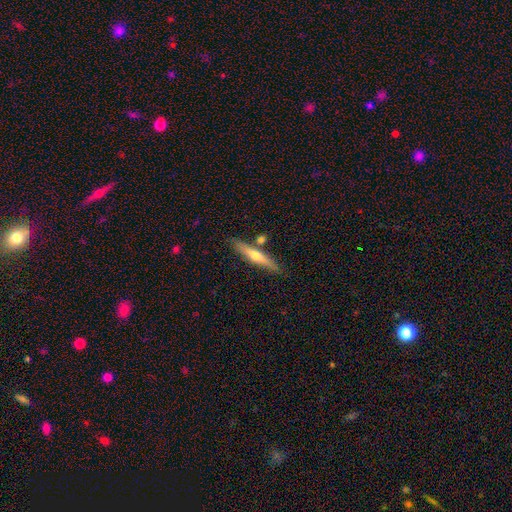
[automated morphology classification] type=featured or disk (54%); edge-on=yes (94%); edge-on bulge=rounded (83%); merging=none (79%).